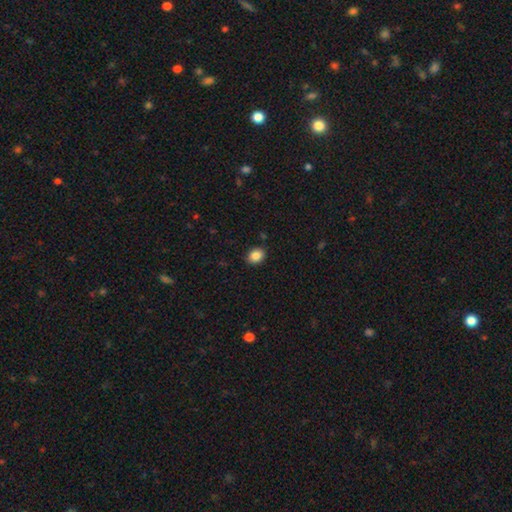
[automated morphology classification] Smooth or featured?
  - smooth: 87% *
  - star or artifact: 9%
  - featured or disk: 4%
How rounded?
  - in between: 59% *
  - round: 40%
  - cigar-shaped: 1%
Merging?
  - none: 88% *
  - minor disturbance: 8%
  - major disturbance: 2%
  - merger: 1%